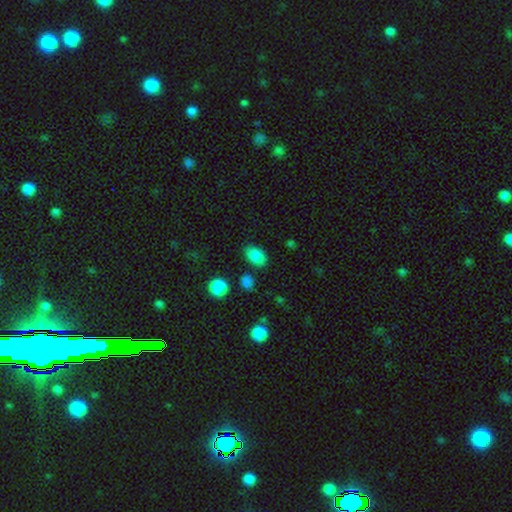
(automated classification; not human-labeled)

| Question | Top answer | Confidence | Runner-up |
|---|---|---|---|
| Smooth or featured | smooth | 87% | star or artifact (8%) |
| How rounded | in between | 89% | round (10%) |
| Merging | none | 82% | minor disturbance (12%) |